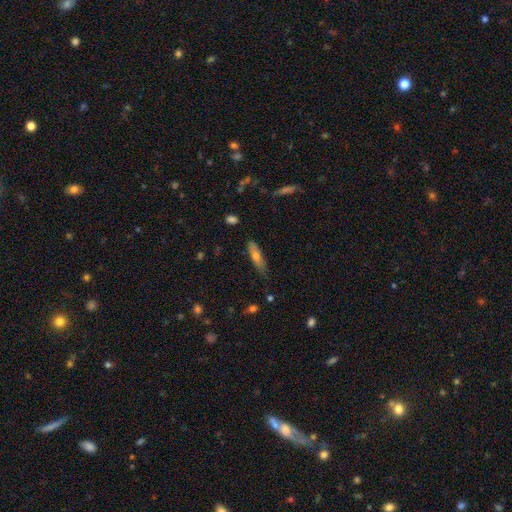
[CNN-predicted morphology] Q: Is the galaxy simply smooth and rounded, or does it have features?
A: smooth — 63%.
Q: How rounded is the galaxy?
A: cigar-shaped — 66%.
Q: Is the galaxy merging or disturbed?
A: none — 72%.